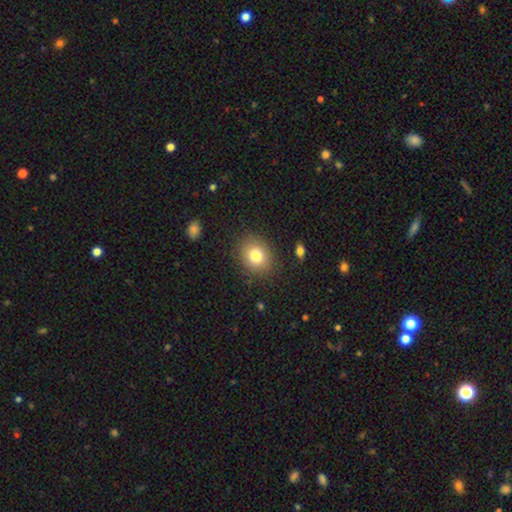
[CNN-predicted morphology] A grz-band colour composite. It shows a smooth galaxy with no disk features (80%) that is round (62%). Merging: none (86%).